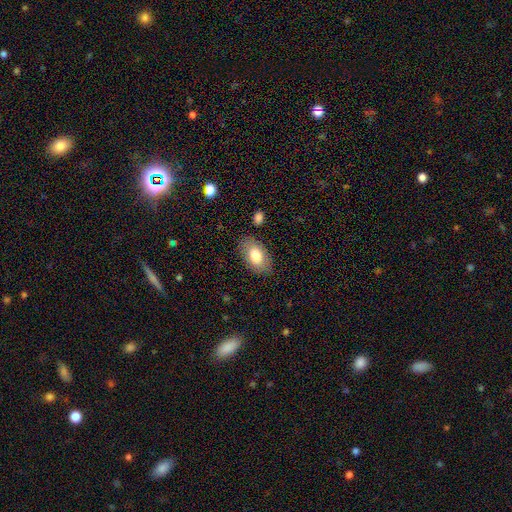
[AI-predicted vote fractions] This is likely a smooth galaxy (77%). How rounded: clearly in between (93%). Merging: clearly none (82%).